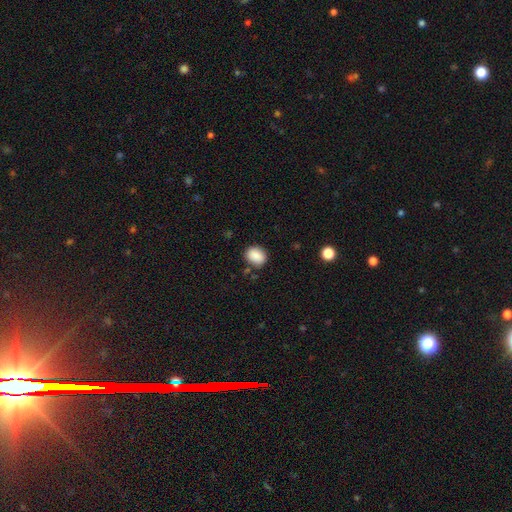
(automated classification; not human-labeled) This appears to be a smooth galaxy with no disk features (88%) that is round (53%). Merging: none (82%).